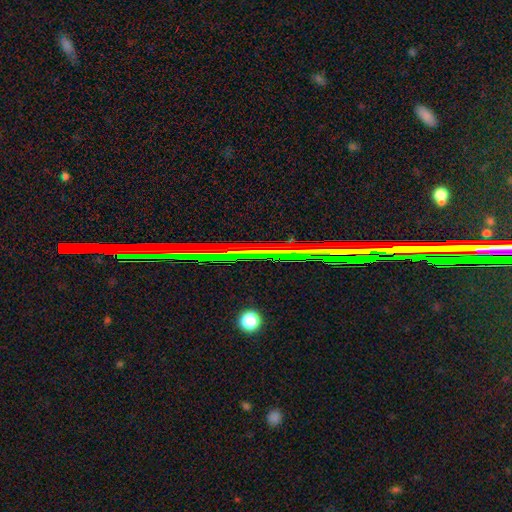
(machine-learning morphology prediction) Smooth or featured: star or artifact — 81% (featured or disk — 11%)